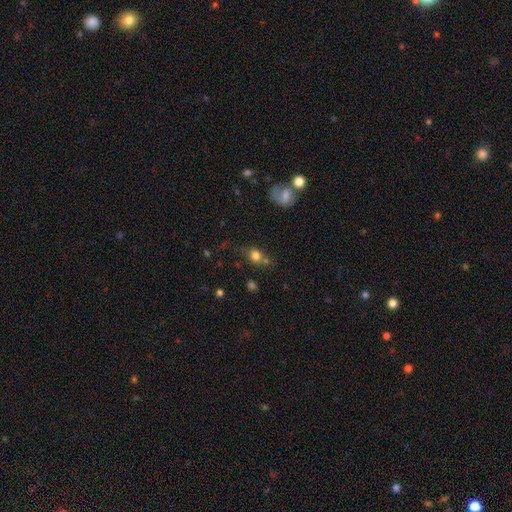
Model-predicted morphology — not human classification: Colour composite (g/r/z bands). It shows a smooth galaxy with no disk features (76%) that is round (61%). Merging: none (53%).